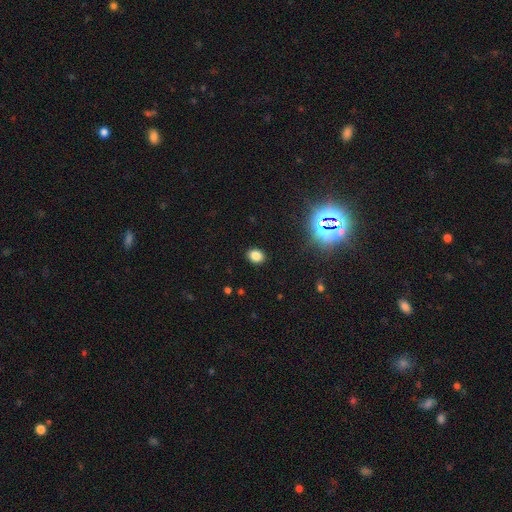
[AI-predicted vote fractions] This is clearly a smooth galaxy (81%). How rounded: possibly in between (51%). Merging: clearly none (90%).